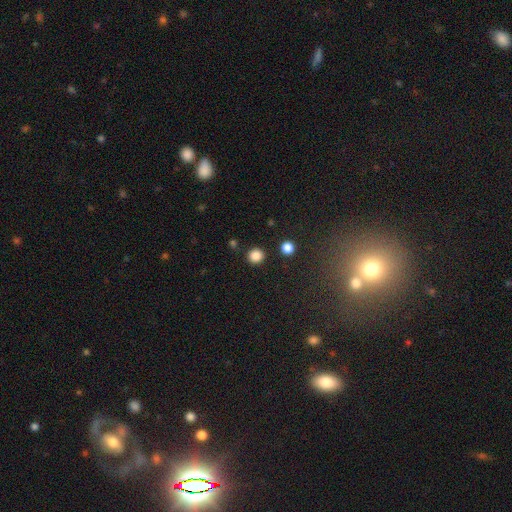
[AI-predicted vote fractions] Smooth or featured? Predicted: smooth (p=0.85). How rounded? Predicted: round (p=0.92). Merging? Predicted: none (p=0.89).